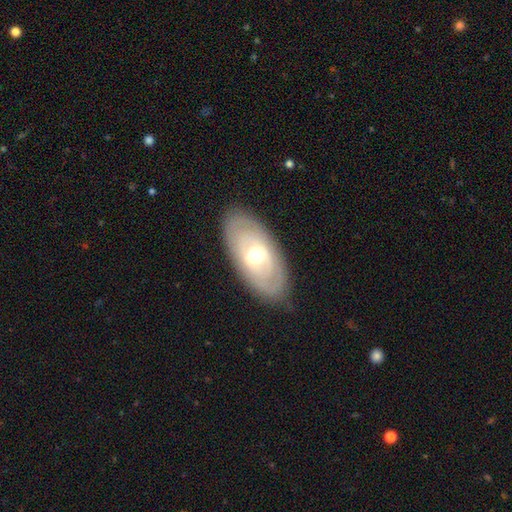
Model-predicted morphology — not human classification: type=featured or disk (64%); edge-on=no (88%); bar=no (64%); spiral arms=no (55%); bulge=moderate (71%); merging=none (84%).